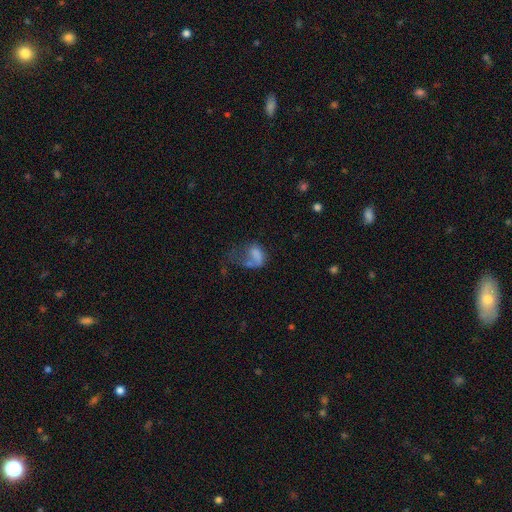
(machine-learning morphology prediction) Smooth or featured: smooth — 58% (featured or disk — 31%)
How rounded: in between — 78% (round — 19%)
Merging: major disturbance — 57% (none — 18%)